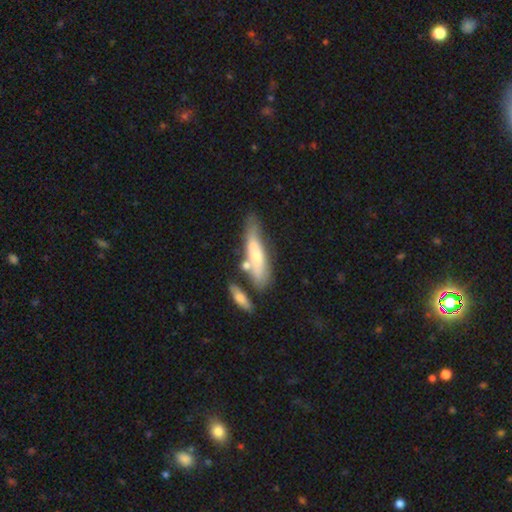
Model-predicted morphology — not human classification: smooth-or-featured: smooth: 51% | featured or disk: 43% | star or artifact: 6%
  how-rounded: cigar-shaped: 69% | in between: 29% | round: 2%
  merging: none: 48% | minor disturbance: 22% | merger: 22% | major disturbance: 8%